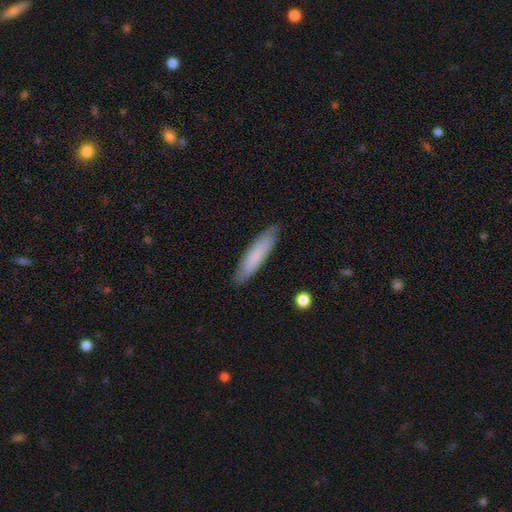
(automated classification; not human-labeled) smooth_or_featured: smooth (p=0.77) [alt: featured or disk p=0.17]
how_rounded: cigar-shaped (p=0.80) [alt: in between p=0.19]
merging: none (p=0.86) [alt: minor disturbance p=0.11]